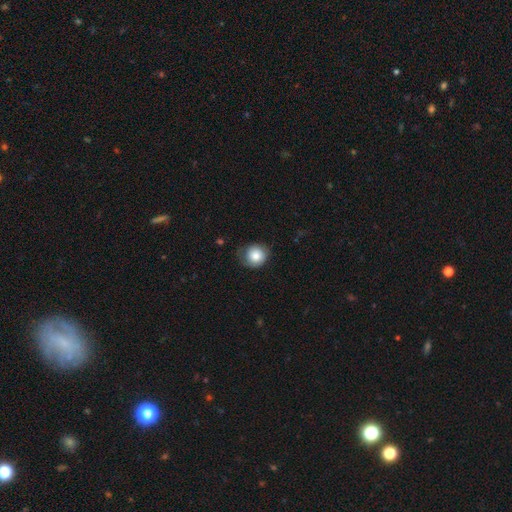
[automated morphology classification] smooth_or_featured: smooth (p=0.79) [alt: featured or disk p=0.13]
how_rounded: round (p=0.84) [alt: in between p=0.15]
merging: none (p=0.61) [alt: minor disturbance p=0.28]